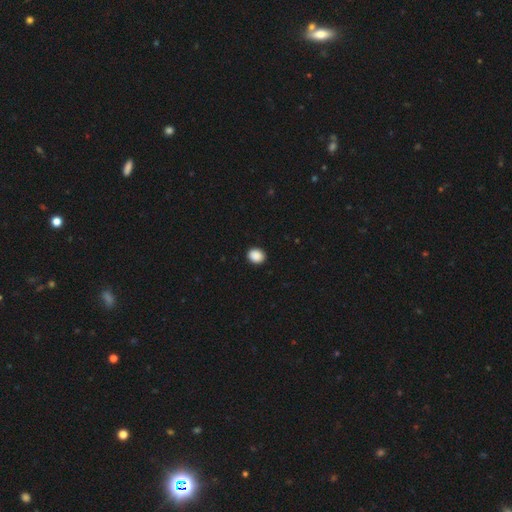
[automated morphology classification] Overall: smooth (90%). How rounded: round (61%; in between 38%). Merging: none (92%).